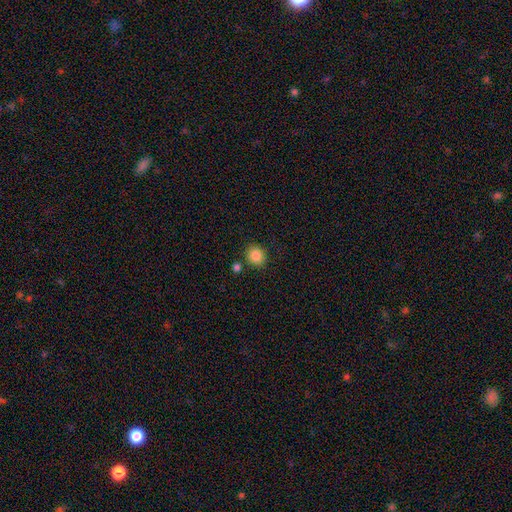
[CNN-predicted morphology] A smooth galaxy with no disk features (86%) that is round (77%).

Vote fractions:
- Smooth or featured? smooth: 86% / star or artifact: 10% / featured or disk: 4%
- How rounded? round: 77% / in between: 22% / cigar-shaped: 1%
- Merging? none: 81% / minor disturbance: 9% / merger: 7% / major disturbance: 3%